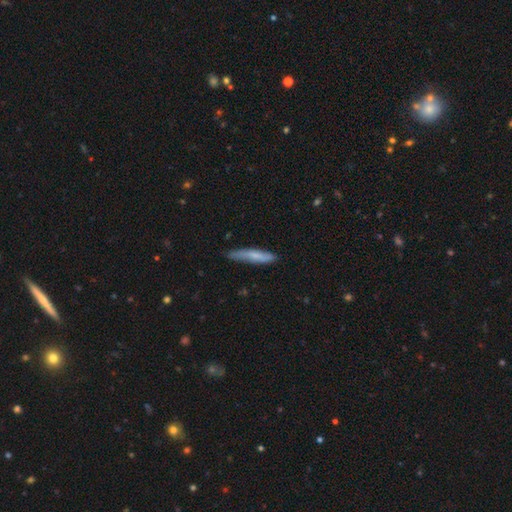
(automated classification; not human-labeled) smooth 67%, featured or disk 27%, star or artifact 6%. Down the decision tree: how rounded — cigar-shaped (89%); merging — none (74%).